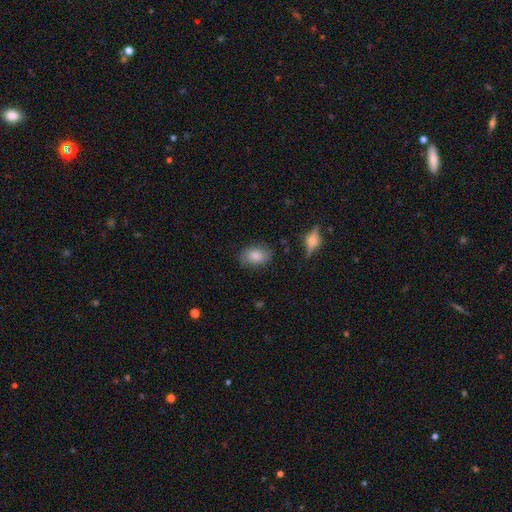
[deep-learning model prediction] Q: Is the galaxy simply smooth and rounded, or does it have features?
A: smooth — 83%.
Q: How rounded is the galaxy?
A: in between — 84%.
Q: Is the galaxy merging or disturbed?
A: none — 78%.